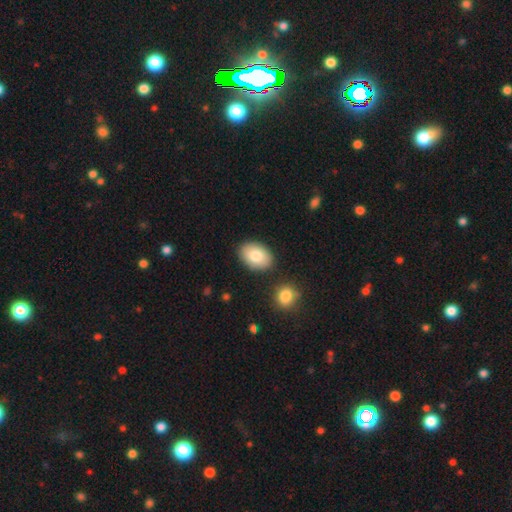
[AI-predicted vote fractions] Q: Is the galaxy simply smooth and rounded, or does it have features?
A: smooth — 83%.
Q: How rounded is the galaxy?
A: in between — 84%.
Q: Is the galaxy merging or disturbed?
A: none — 83%.